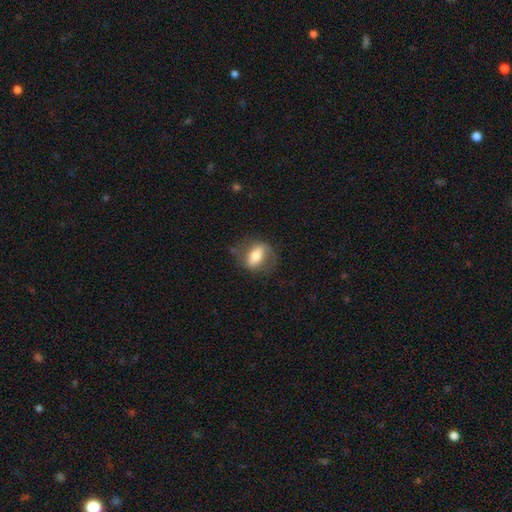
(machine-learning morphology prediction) This is possibly a smooth galaxy (49%). Merging: likely none (66%).